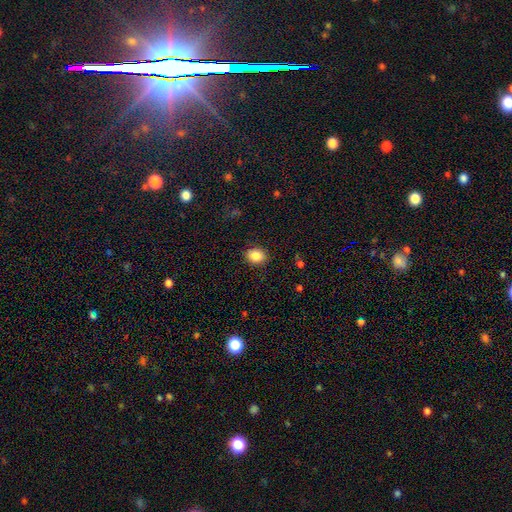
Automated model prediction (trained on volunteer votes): smooth_or_featured: smooth (p=0.87) [alt: star or artifact p=0.08]
how_rounded: in between (p=0.52) [alt: round p=0.47]
merging: none (p=0.88) [alt: minor disturbance p=0.08]